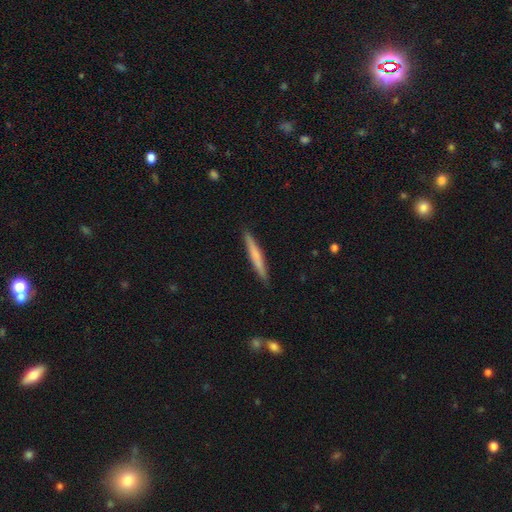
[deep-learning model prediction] This is likely a smooth galaxy (63%). How rounded: clearly cigar-shaped (95%). Merging: clearly none (90%).